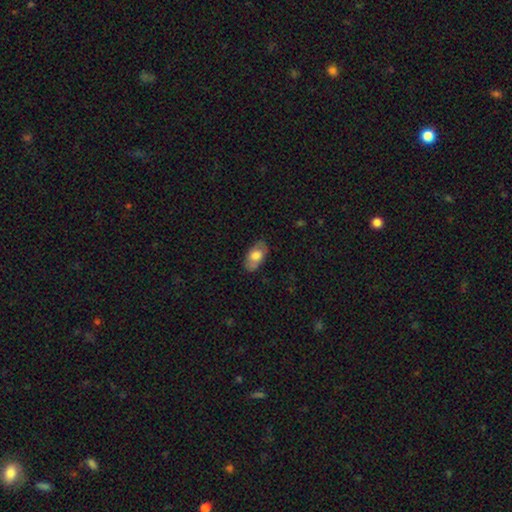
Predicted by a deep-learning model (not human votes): This is likely a smooth galaxy (68%). How rounded: clearly in between (92%). Merging: likely none (78%).